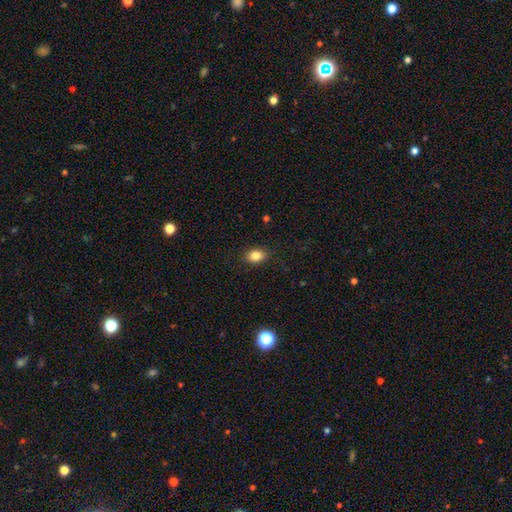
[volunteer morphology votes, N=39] smooth 90%, featured or disk 5%, star or artifact 5%. Down the decision tree: how rounded — in between (60%); merging — none (92%).